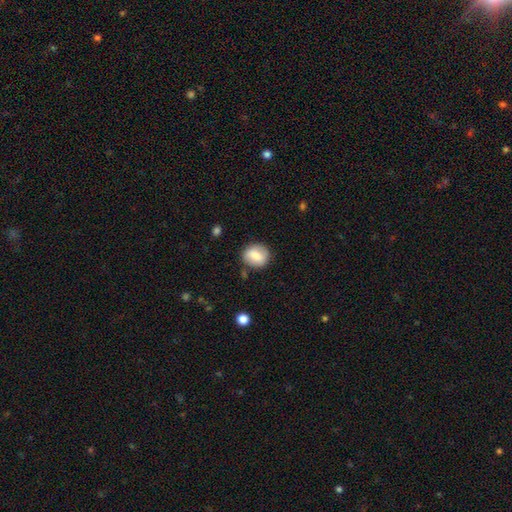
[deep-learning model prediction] Smooth or featured? smooth (73%)
How rounded? round (69%)
Merging? none (82%)